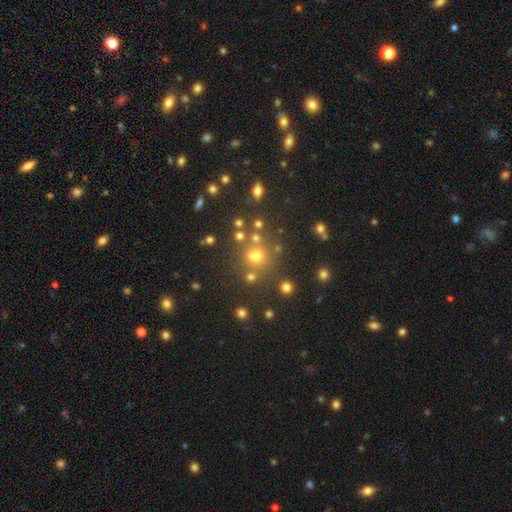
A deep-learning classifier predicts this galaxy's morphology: Q: Smooth or featured?
A: smooth (57%); runner-up: star or artifact (33%)
Q: How rounded?
A: round (88%); runner-up: in between (11%)
Q: Merging?
A: none (73%); runner-up: merger (13%)